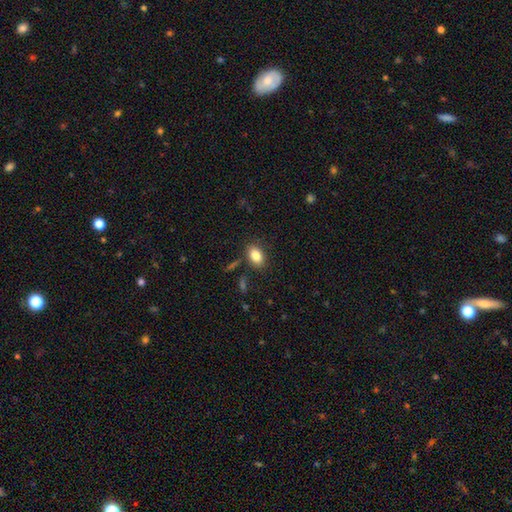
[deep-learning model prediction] Smooth or featured?
  - smooth: 83% *
  - star or artifact: 9%
  - featured or disk: 8%
How rounded?
  - in between: 81% *
  - round: 17%
  - cigar-shaped: 2%
Merging?
  - none: 82% *
  - minor disturbance: 11%
  - merger: 4%
  - major disturbance: 3%